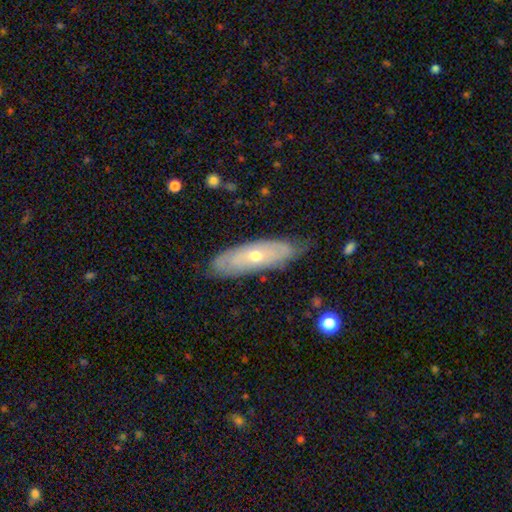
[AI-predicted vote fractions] Q: Smooth or featured?
A: featured or disk (56%); runner-up: smooth (38%)
Q: Edge-on disk?
A: no (72%); runner-up: yes (28%)
Q: Merging?
A: none (71%); runner-up: minor disturbance (23%)